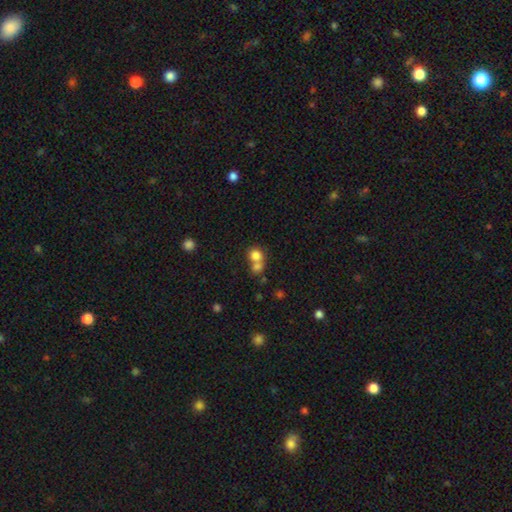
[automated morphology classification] Overall: smooth (79%). How rounded: round (81%). Merging: merger (50%; none 40%).